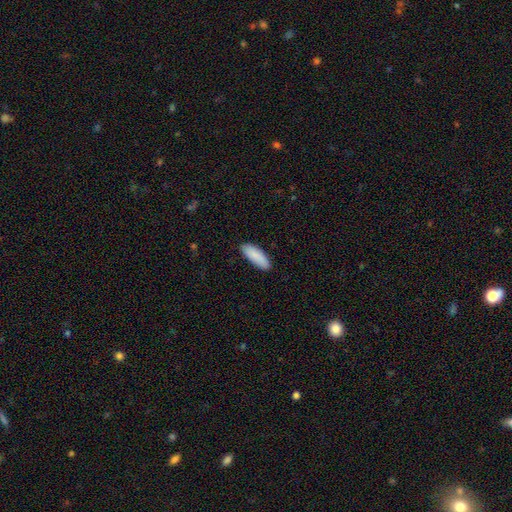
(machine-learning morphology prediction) A smooth galaxy with no disk features (90%) that is in between round and cigar-shaped (70%).

Vote fractions:
- Smooth or featured? smooth: 90% / star or artifact: 6% / featured or disk: 5%
- How rounded? in between: 70% / cigar-shaped: 29% / round: 2%
- Merging? none: 87% / minor disturbance: 10% / major disturbance: 2% / merger: 1%